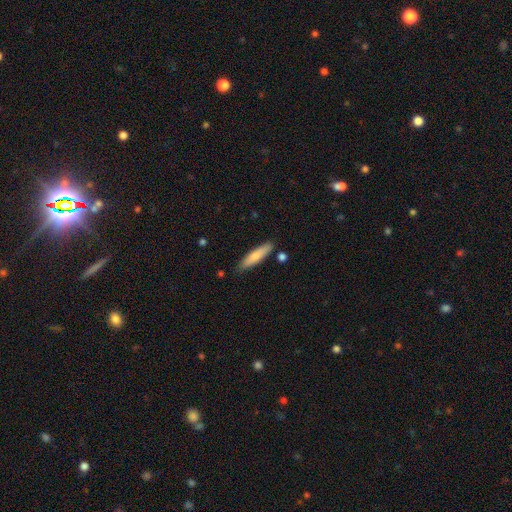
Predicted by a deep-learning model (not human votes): Morphology: type=smooth (74%); roundness=cigar-shaped (77%); merging=none (82%).